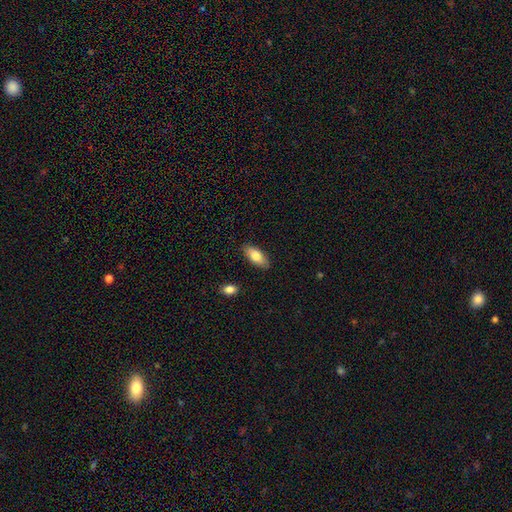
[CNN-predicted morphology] Smooth or featured? Predicted: smooth (p=0.77). How rounded? Predicted: in between (p=0.88). Merging? Predicted: none (p=0.86).